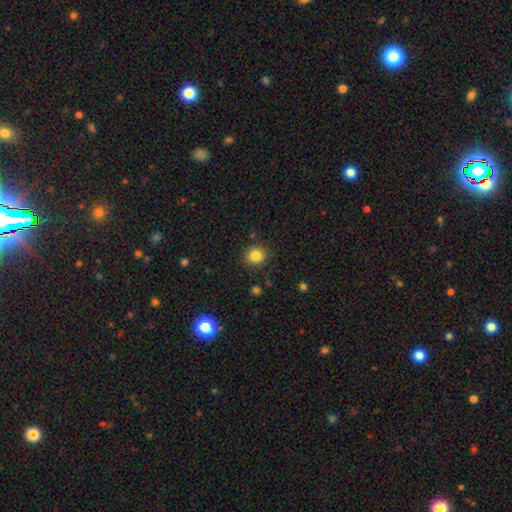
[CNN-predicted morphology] smooth_or_featured: smooth (p=0.84) [alt: star or artifact p=0.11]
how_rounded: round (p=0.84) [alt: in between p=0.15]
merging: none (p=0.87) [alt: minor disturbance p=0.09]